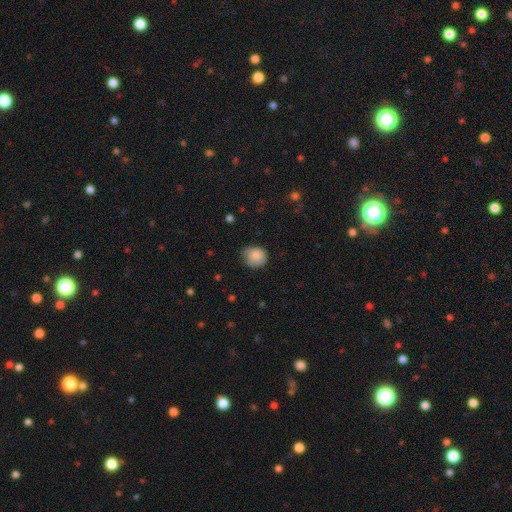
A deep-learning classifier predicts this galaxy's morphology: Q: Smooth or featured?
A: smooth (82%); runner-up: featured or disk (11%)
Q: How rounded?
A: round (76%); runner-up: in between (23%)
Q: Merging?
A: none (55%); runner-up: minor disturbance (35%)